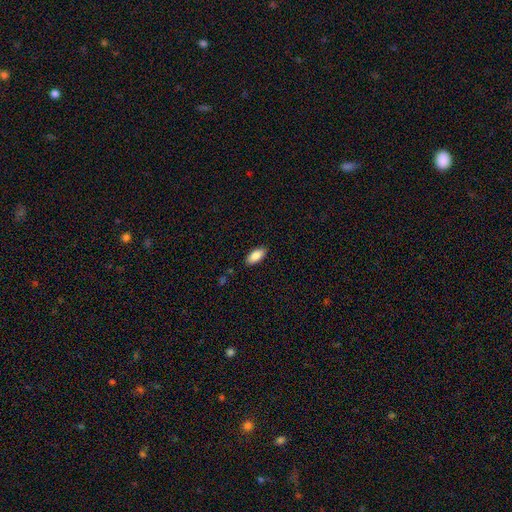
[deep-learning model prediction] Smooth or featured? Predicted: smooth (p=0.87). How rounded? Predicted: in between (p=0.89). Merging? Predicted: none (p=0.87).